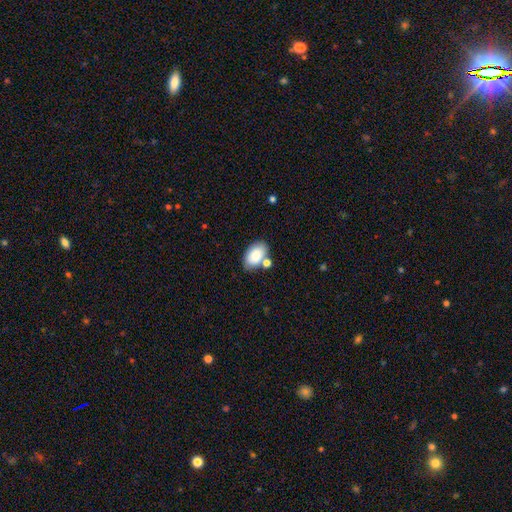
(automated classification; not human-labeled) Smooth or featured? Predicted: smooth (p=0.85). How rounded? Predicted: in between (p=0.91). Merging? Predicted: none (p=0.64).